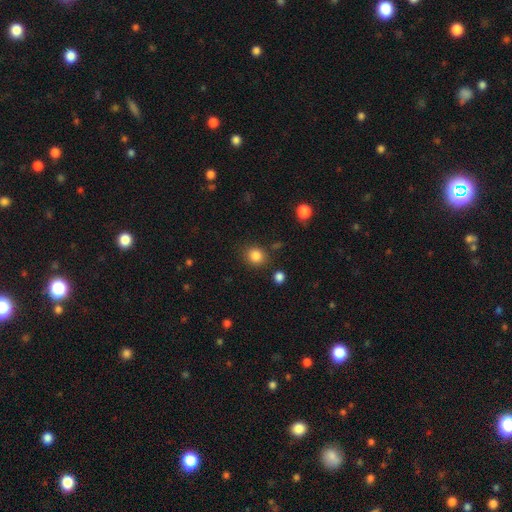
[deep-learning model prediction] smooth 85%, star or artifact 11%, featured or disk 4%. Down the decision tree: how rounded — round (78%); merging — none (83%).